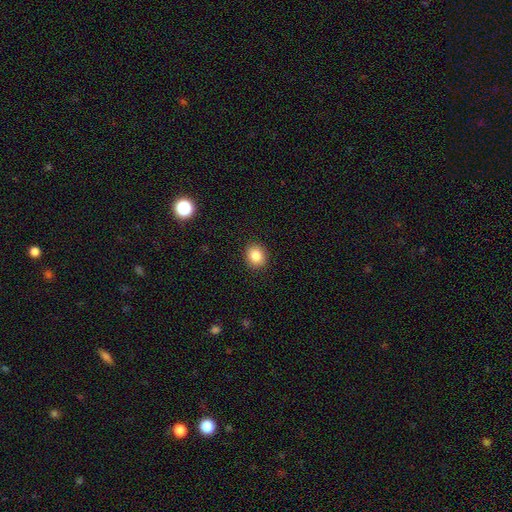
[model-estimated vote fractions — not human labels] A smooth galaxy with no disk features (86%) that is round (74%).

Vote fractions:
- Smooth or featured? smooth: 86% / star or artifact: 9% / featured or disk: 5%
- How rounded? round: 74% / in between: 25% / cigar-shaped: 1%
- Merging? none: 91% / minor disturbance: 6% / major disturbance: 2% / merger: 1%